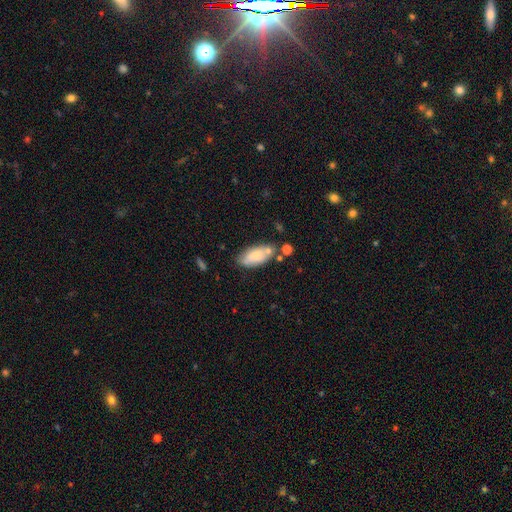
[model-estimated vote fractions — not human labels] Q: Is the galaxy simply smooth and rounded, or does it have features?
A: smooth — 72%.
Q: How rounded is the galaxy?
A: in between — 88%.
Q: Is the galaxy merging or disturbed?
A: none — 62%.